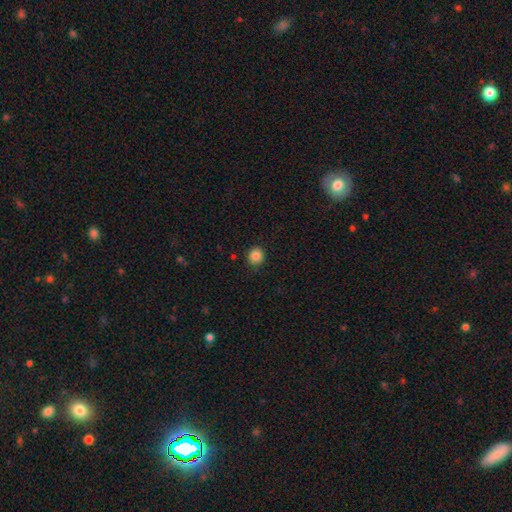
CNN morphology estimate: smooth-or-featured: smooth: 86% | star or artifact: 10% | featured or disk: 4%
  how-rounded: round: 89% | in between: 10% | cigar-shaped: 1%
  merging: none: 87% | minor disturbance: 9% | major disturbance: 2% | merger: 1%